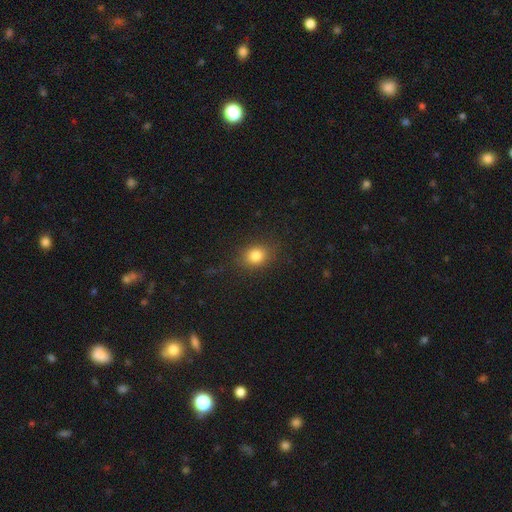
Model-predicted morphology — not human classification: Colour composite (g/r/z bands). It shows a smooth galaxy with no disk features (82%) that is round (58%). Merging: none (85%).